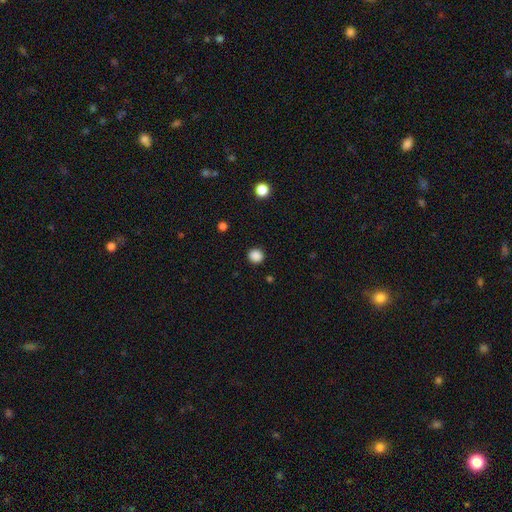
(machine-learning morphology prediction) This is clearly a smooth galaxy (87%). How rounded: clearly round (91%). Merging: clearly none (91%).